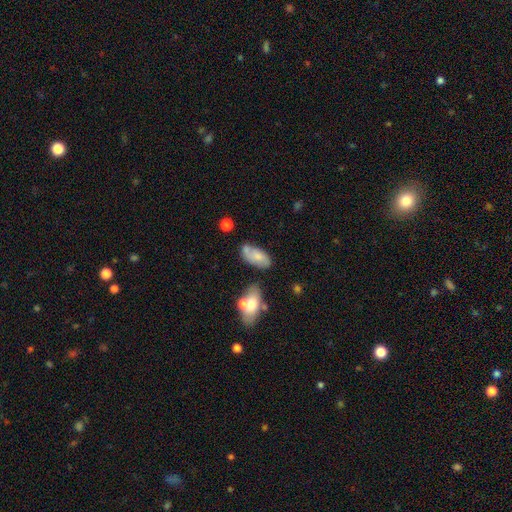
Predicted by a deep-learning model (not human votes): Smooth or featured? smooth (61%)
How rounded? in between (91%)
Merging? none (51%)